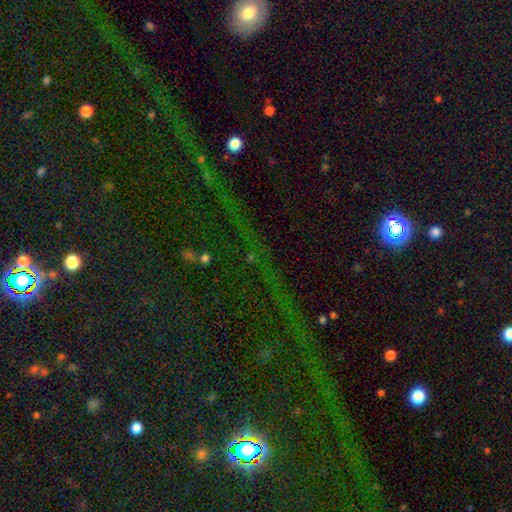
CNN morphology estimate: Smooth or featured?
  - star or artifact: 71% *
  - smooth: 17%
  - featured or disk: 12%